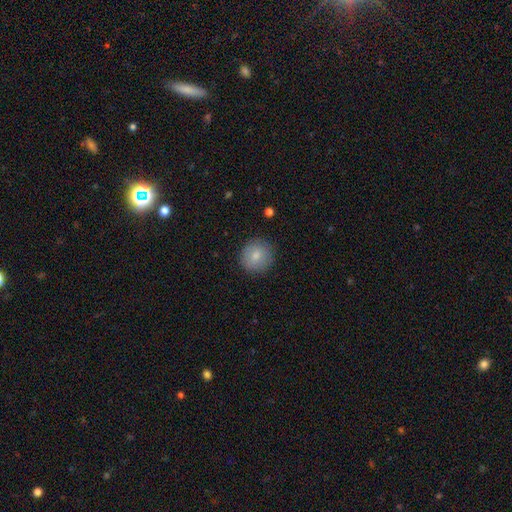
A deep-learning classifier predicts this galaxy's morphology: The model was most divided on "smooth or featured": smooth: 81%, featured or disk: 11%, star or artifact: 8%. More confident: how rounded — round (88%); merging — none (87%).